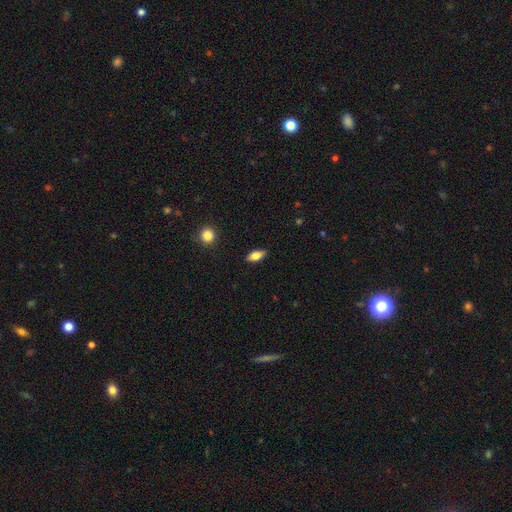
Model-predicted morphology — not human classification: This is clearly a smooth galaxy (80%). How rounded: clearly in between (87%). Merging: clearly none (88%).